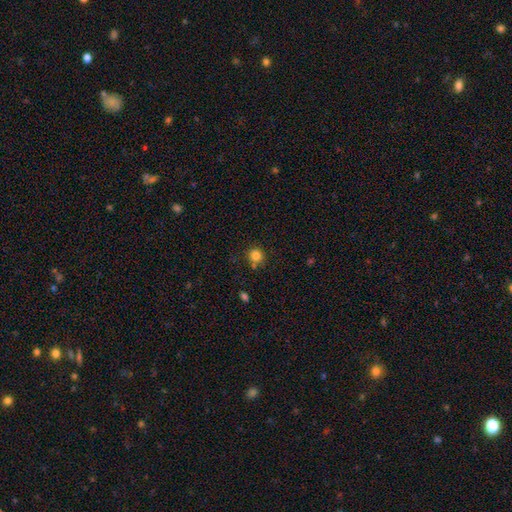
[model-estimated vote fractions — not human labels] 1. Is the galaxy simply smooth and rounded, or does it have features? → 82% smooth, 12% star or artifact, 5% featured or disk.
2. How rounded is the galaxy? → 91% round, 8% in between, 1% cigar-shaped.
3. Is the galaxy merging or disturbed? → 77% none, 11% minor disturbance, 9% merger, 3% major disturbance.